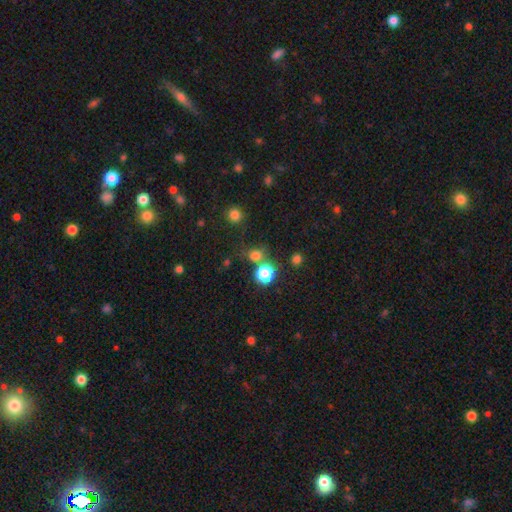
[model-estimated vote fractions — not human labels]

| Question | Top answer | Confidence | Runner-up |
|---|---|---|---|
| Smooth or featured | smooth | 72% | star or artifact (22%) |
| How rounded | round | 80% | in between (19%) |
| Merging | none | 66% | merger (19%) |